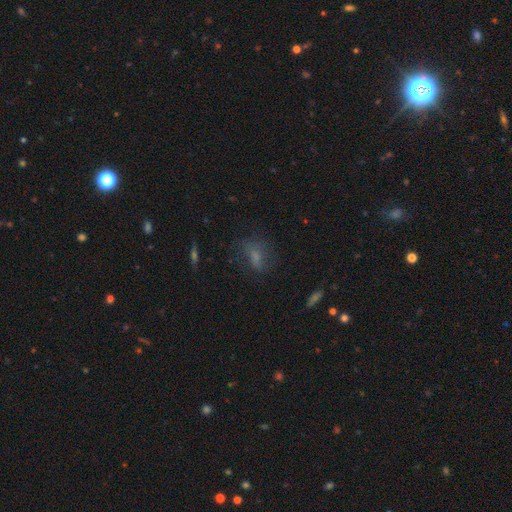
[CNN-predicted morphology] type=smooth (58%); roundness=in between (69%); merging=none (61%).